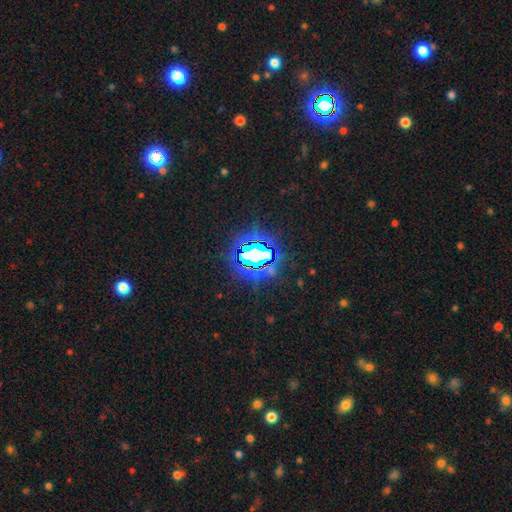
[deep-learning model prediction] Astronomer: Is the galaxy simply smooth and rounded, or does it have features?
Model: star or artifact — 82%.